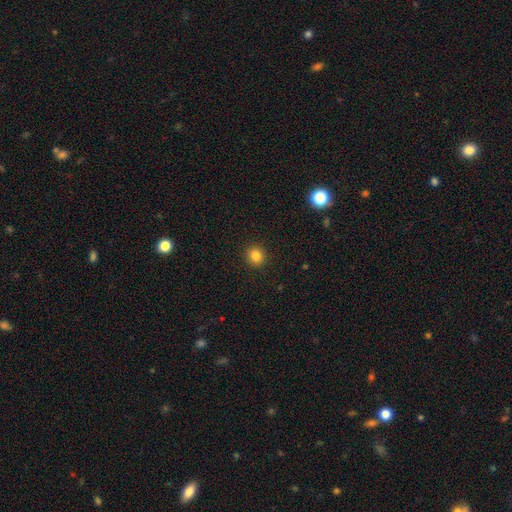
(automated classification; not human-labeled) This appears to be a smooth galaxy with no disk features (83%) that is round (91%). Merging: none (93%).